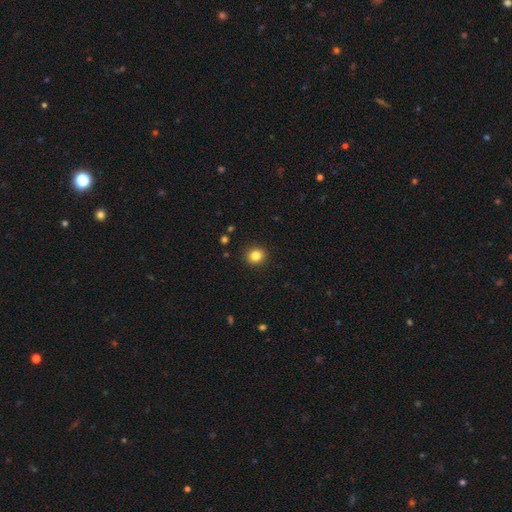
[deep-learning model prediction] Q: Smooth or featured?
A: smooth (84%); runner-up: star or artifact (11%)
Q: How rounded?
A: round (85%); runner-up: in between (14%)
Q: Merging?
A: none (92%); runner-up: minor disturbance (5%)